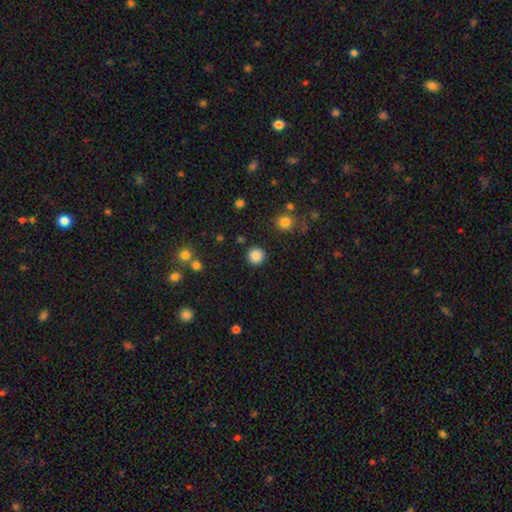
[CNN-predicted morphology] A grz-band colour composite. It shows a smooth galaxy with no disk features (86%) that is round (94%). Merging: none (89%).